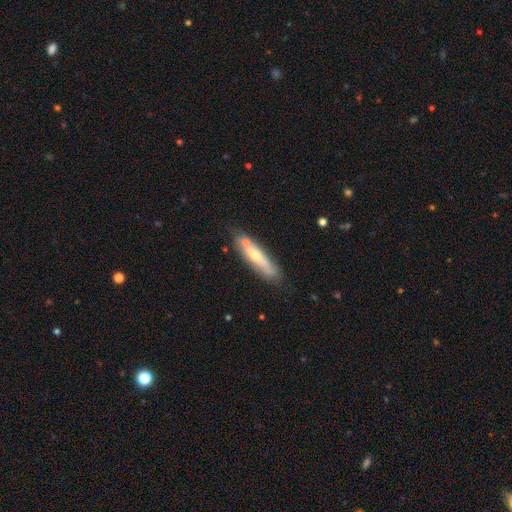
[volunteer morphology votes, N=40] This is likely a smooth galaxy (72%). How rounded: clearly cigar-shaped (97%). Merging: likely none (70%).